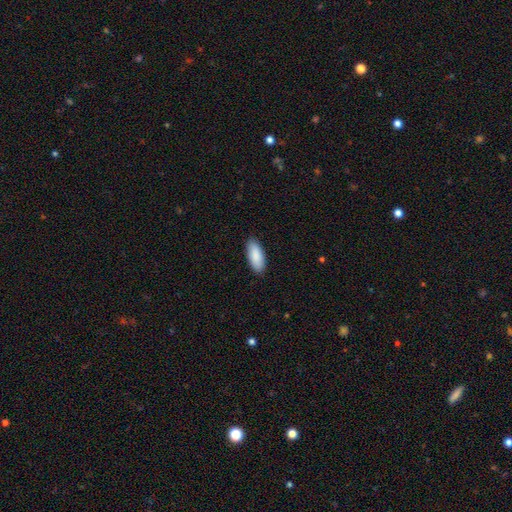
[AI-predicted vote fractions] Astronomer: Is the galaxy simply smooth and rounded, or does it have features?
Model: smooth — 90%.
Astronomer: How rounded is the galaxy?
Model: in between — 83%.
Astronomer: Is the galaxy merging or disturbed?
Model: none — 89%.